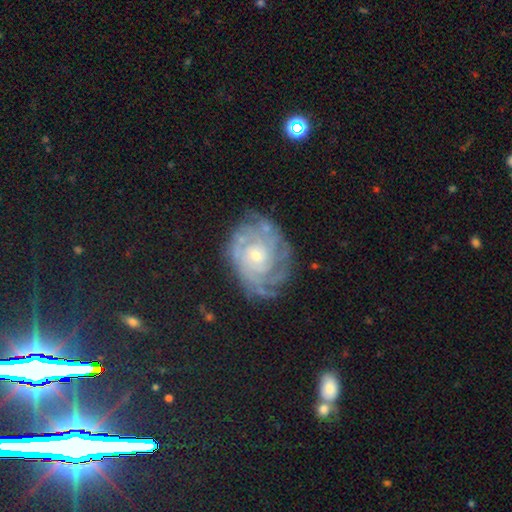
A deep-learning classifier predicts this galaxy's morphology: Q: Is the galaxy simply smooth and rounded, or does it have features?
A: featured or disk — 84%.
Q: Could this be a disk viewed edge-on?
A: no — 97%.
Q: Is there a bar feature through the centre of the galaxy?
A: no — 78%.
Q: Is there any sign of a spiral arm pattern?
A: yes — 95%.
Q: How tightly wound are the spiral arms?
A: tight — 77%.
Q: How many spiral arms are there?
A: can't tell — 38%.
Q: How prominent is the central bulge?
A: small — 66%.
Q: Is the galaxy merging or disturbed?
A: none — 70%.